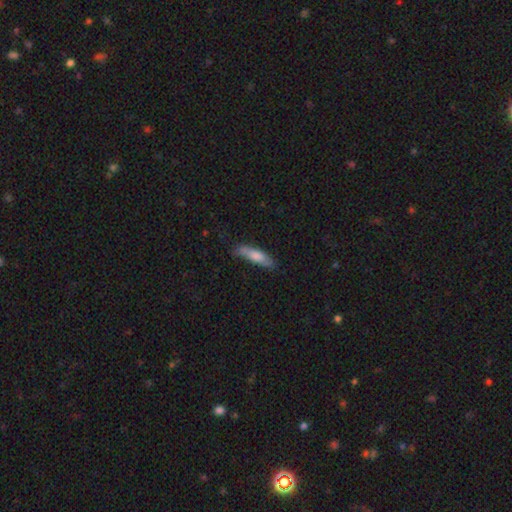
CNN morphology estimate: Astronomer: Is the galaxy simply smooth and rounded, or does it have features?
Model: smooth — 70%.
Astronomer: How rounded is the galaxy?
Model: cigar-shaped — 73%.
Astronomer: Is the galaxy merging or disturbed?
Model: none — 67%.